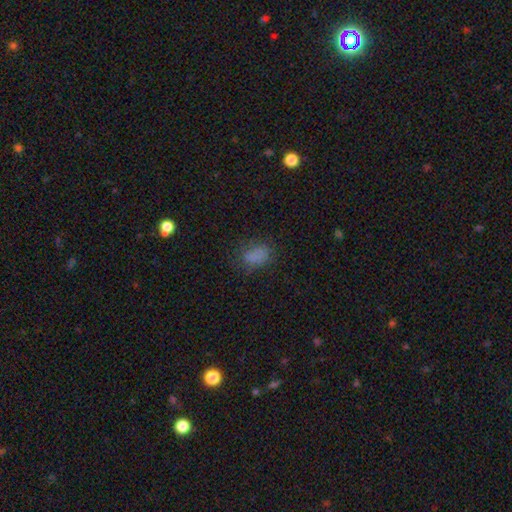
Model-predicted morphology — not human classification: Smooth or featured? smooth (77%)
How rounded? in between (79%)
Merging? none (66%)